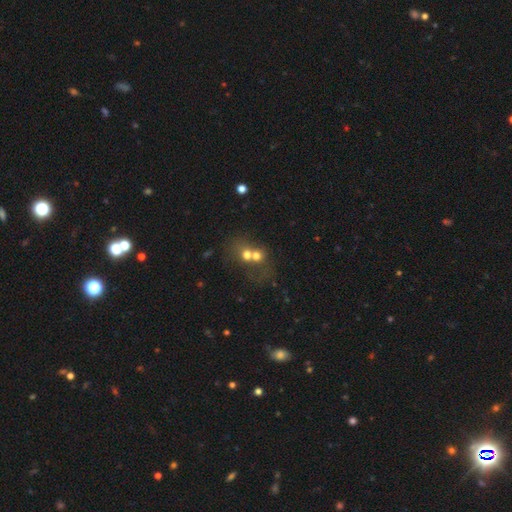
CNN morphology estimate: Overall: smooth (61%; featured or disk 24%). How rounded: round (69%; in between 30%). Merging: merger (65%).